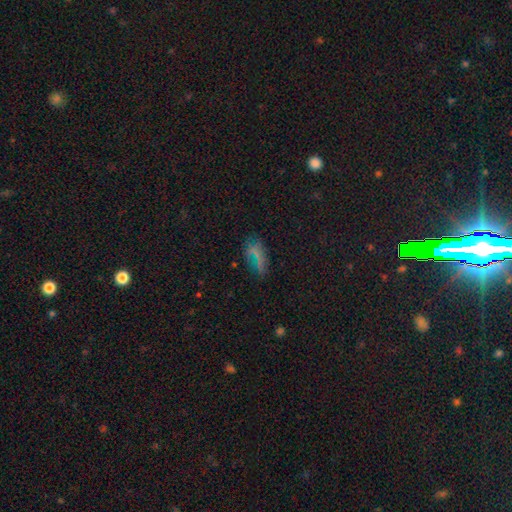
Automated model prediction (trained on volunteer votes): This is possibly a smooth galaxy (46%). Merging: possibly none (46%).